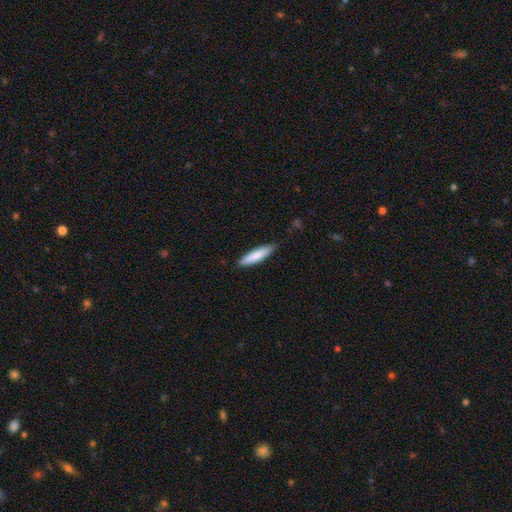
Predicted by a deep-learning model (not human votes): smooth-or-featured: smooth: 82% | featured or disk: 13% | star or artifact: 5%
  how-rounded: cigar-shaped: 77% | in between: 22% | round: 1%
  merging: none: 85% | minor disturbance: 12% | major disturbance: 2% | merger: 1%